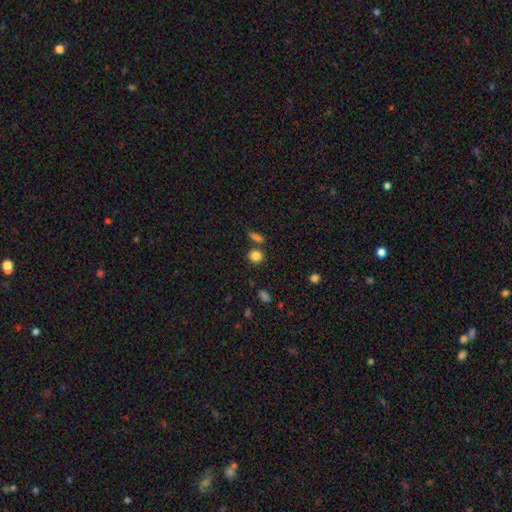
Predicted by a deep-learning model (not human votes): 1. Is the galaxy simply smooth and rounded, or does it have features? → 84% smooth, 11% star or artifact, 5% featured or disk.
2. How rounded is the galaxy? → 69% round, 29% in between, 2% cigar-shaped.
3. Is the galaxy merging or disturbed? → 73% none, 13% merger, 10% minor disturbance, 4% major disturbance.